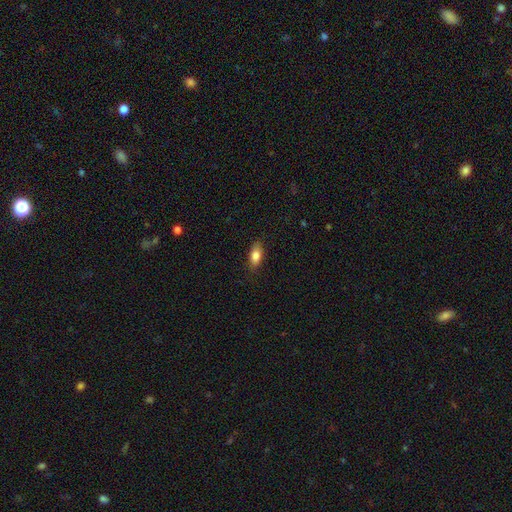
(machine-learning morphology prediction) Smooth or featured?
  - smooth: 82% *
  - featured or disk: 11%
  - star or artifact: 7%
How rounded?
  - in between: 84% *
  - cigar-shaped: 11%
  - round: 5%
Merging?
  - none: 83% *
  - minor disturbance: 13%
  - major disturbance: 3%
  - merger: 1%